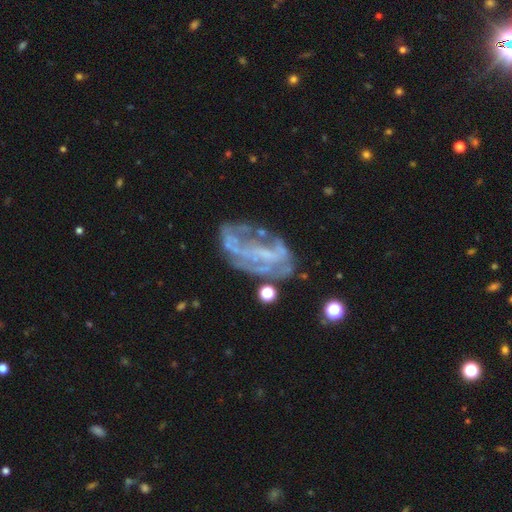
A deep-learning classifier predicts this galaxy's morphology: Smooth or featured: featured or disk — 71% (smooth — 15%)
Edge-on disk: no — 95% (yes — 5%)
Bar: no — 49% (weak — 30%)
Spiral arms: yes — 57% (no — 43%)
Bulge size: none — 51% (small — 39%)
Merging: none — 41% (major disturbance — 29%)